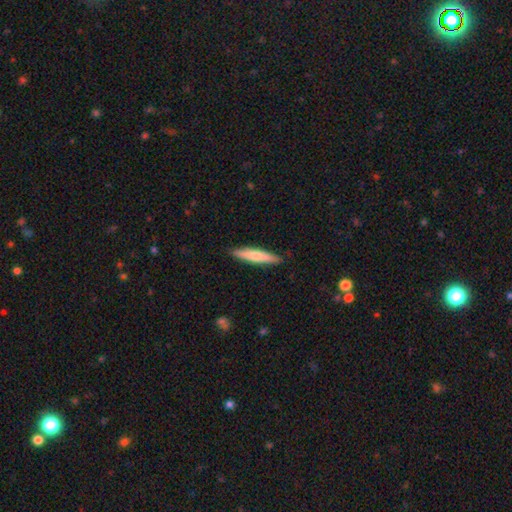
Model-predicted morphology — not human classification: The model was most divided on "smooth or featured": smooth: 65%, featured or disk: 30%, star or artifact: 5%. More confident: merging — none (90%); how rounded — cigar-shaped (89%).